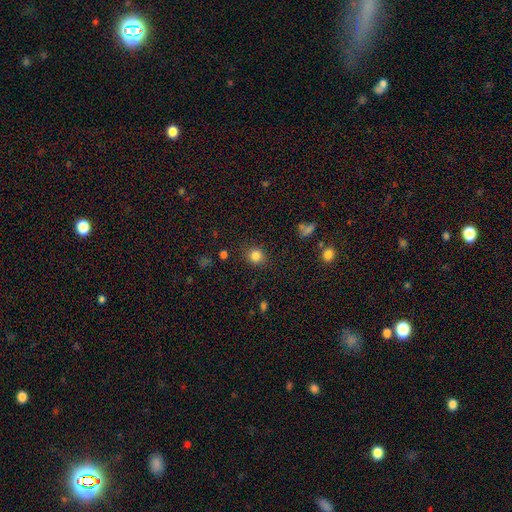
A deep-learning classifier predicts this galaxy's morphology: type=smooth (83%); roundness=round (83%); merging=none (85%).